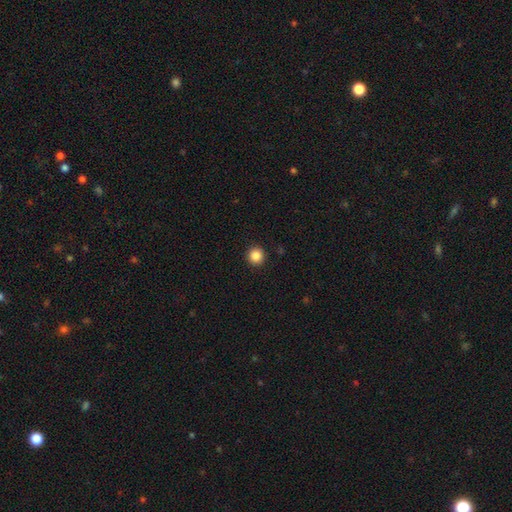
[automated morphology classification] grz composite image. It shows a smooth galaxy with no disk features (86%) that is round (95%). Merging: none (93%).